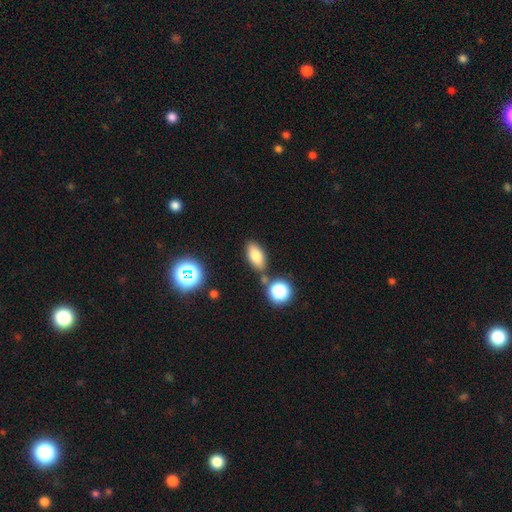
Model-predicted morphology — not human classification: A smooth galaxy with no disk features (76%) that is in between round and cigar-shaped (85%).

Vote fractions:
- Smooth or featured? smooth: 76% / featured or disk: 12% / star or artifact: 12%
- How rounded? in between: 85% / cigar-shaped: 9% / round: 7%
- Merging? none: 78% / minor disturbance: 12% / merger: 8% / major disturbance: 3%